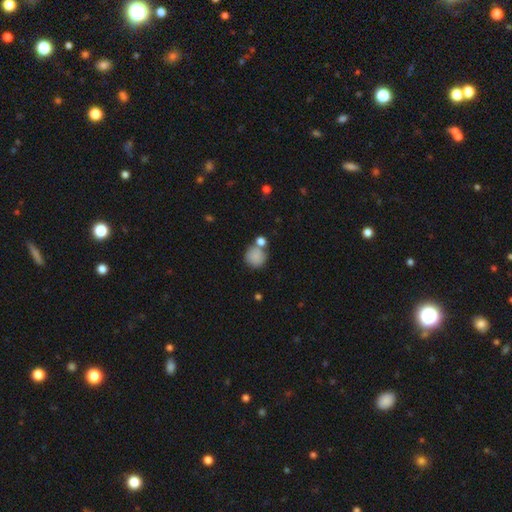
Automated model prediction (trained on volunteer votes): This is clearly a smooth galaxy (84%). How rounded: clearly round (90%). Merging: likely none (61%).